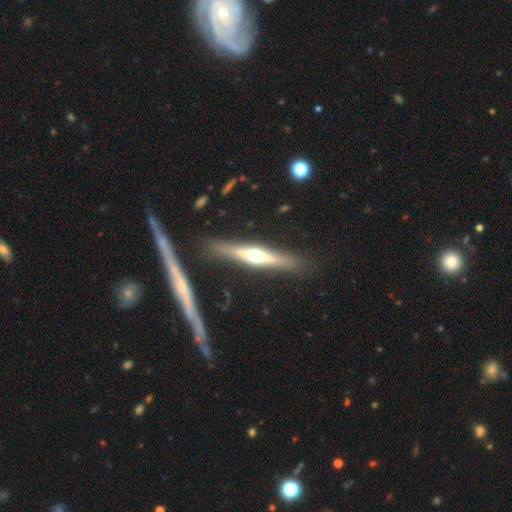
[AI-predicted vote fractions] Morphology: type=featured or disk (65%); edge-on=yes (94%); edge-on bulge=rounded (91%); merging=none (86%).